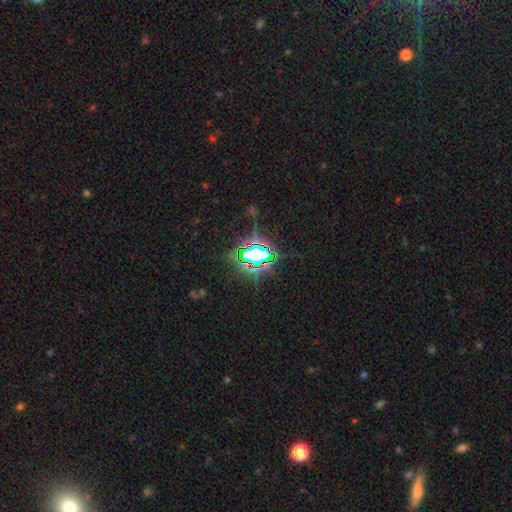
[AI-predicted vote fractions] Smooth or featured? Predicted: star or artifact (p=0.77).